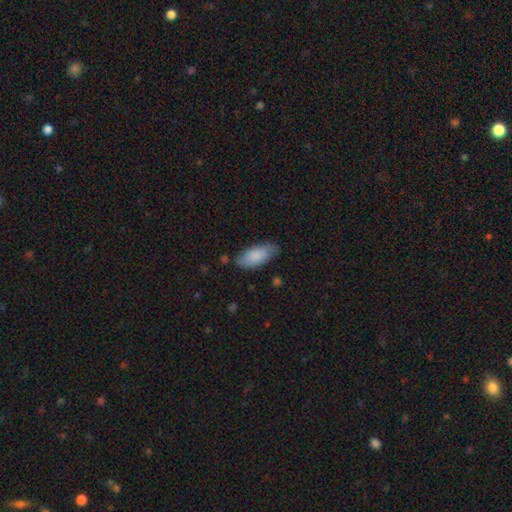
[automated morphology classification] A smooth galaxy with no disk features (85%) that is in between round and cigar-shaped (86%).

Vote fractions:
- Smooth or featured? smooth: 85% / featured or disk: 9% / star or artifact: 6%
- How rounded? in between: 86% / cigar-shaped: 12% / round: 2%
- Merging? none: 75% / minor disturbance: 19% / major disturbance: 4% / merger: 2%